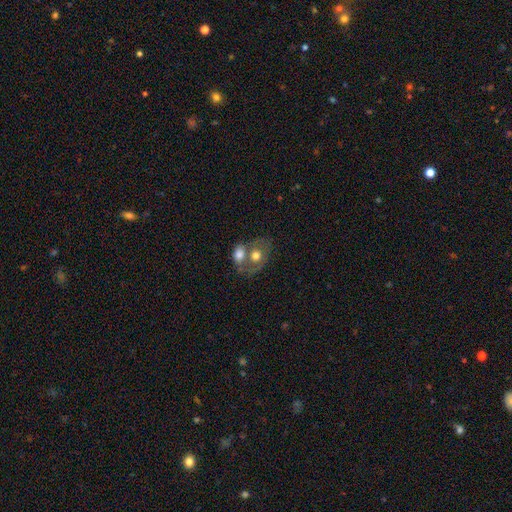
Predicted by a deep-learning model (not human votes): smooth_or_featured: smooth (p=0.56) [alt: featured or disk p=0.36]
how_rounded: in between (p=0.59) [alt: round p=0.40]
merging: merger (p=0.55) [alt: none p=0.28]